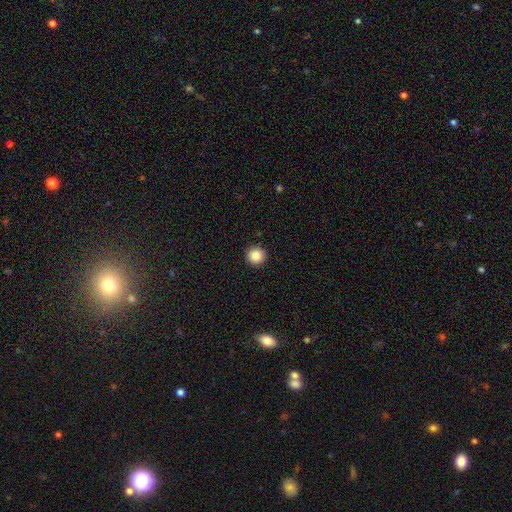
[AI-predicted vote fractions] Smooth or featured?
  - smooth: 86% *
  - star or artifact: 10%
  - featured or disk: 4%
How rounded?
  - round: 95% *
  - in between: 4%
  - cigar-shaped: 1%
Merging?
  - none: 93% *
  - minor disturbance: 5%
  - major disturbance: 2%
  - merger: 1%